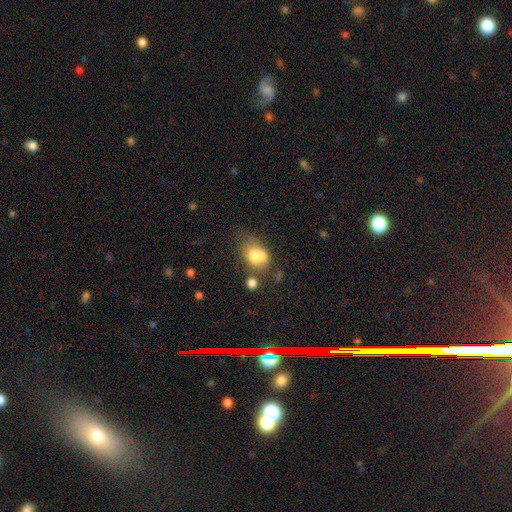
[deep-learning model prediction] Smooth or featured: smooth — 69% (featured or disk — 21%)
How rounded: in between — 63% (round — 36%)
Merging: merger — 42% (none — 28%)